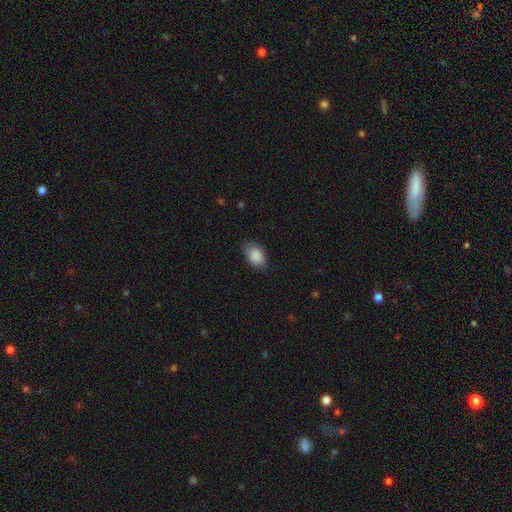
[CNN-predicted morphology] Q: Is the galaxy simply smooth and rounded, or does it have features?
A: smooth — 88%.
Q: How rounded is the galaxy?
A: in between — 89%.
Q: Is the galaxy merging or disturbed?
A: none — 77%.